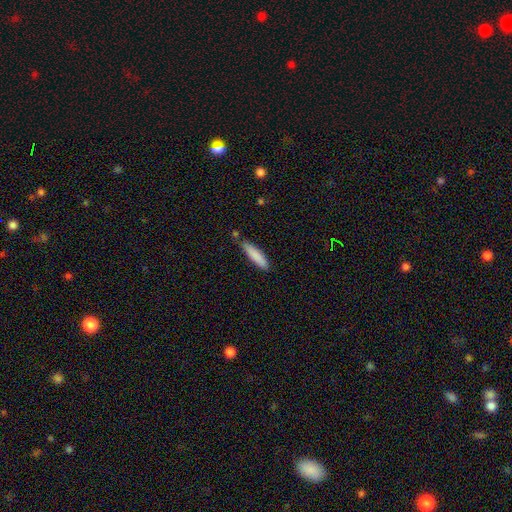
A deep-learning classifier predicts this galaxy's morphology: smooth-or-featured: smooth: 84% | featured or disk: 10% | star or artifact: 6%
  how-rounded: cigar-shaped: 80% | in between: 18% | round: 1%
  merging: none: 74% | minor disturbance: 18% | merger: 5% | major disturbance: 3%